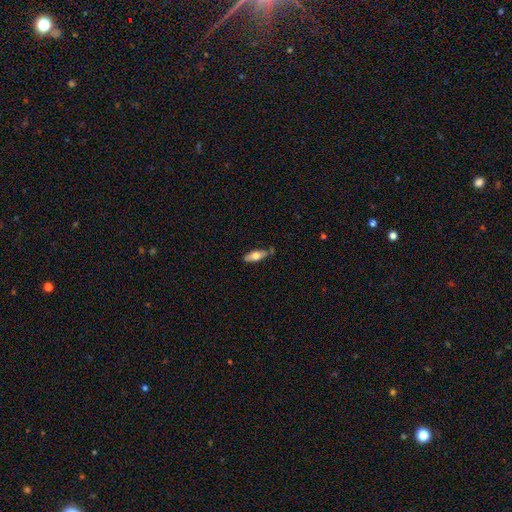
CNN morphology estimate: Overall: smooth (64%; featured or disk 30%). How rounded: in between (71%). Merging: none (74%).